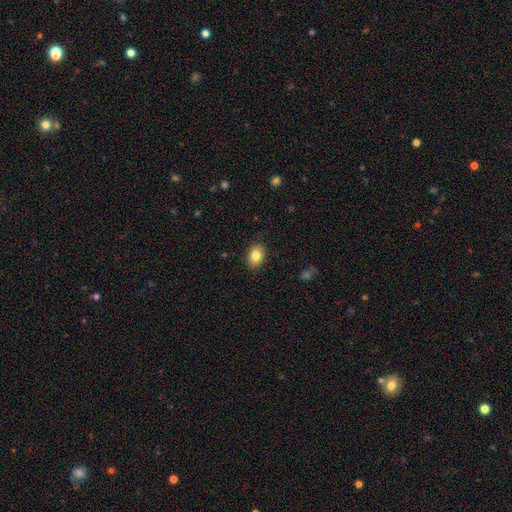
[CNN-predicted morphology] This appears to be a smooth galaxy with no disk features (82%) that is in between round and cigar-shaped (71%). Merging: none (89%).